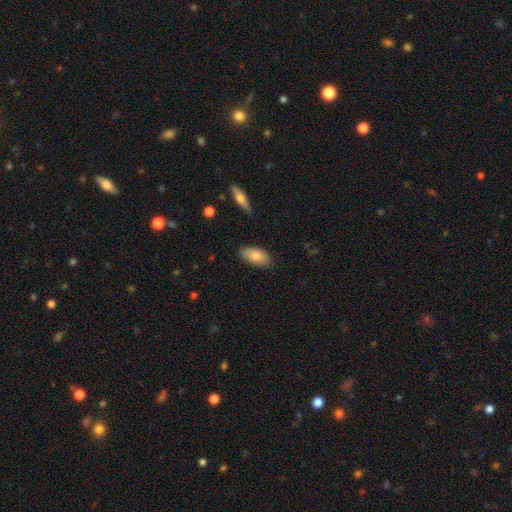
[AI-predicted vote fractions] smooth 81%, featured or disk 13%, star or artifact 6%. Down the decision tree: how rounded — in between (91%); merging — none (83%).